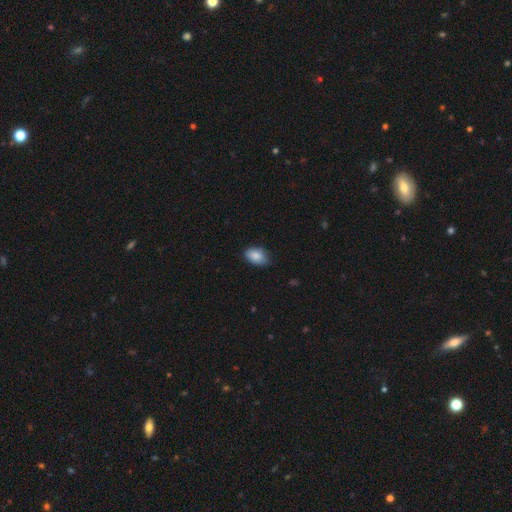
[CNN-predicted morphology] smooth-or-featured: smooth: 87% | star or artifact: 7% | featured or disk: 6%
  how-rounded: in between: 88% | round: 11% | cigar-shaped: 1%
  merging: none: 75% | minor disturbance: 21% | major disturbance: 3% | merger: 1%